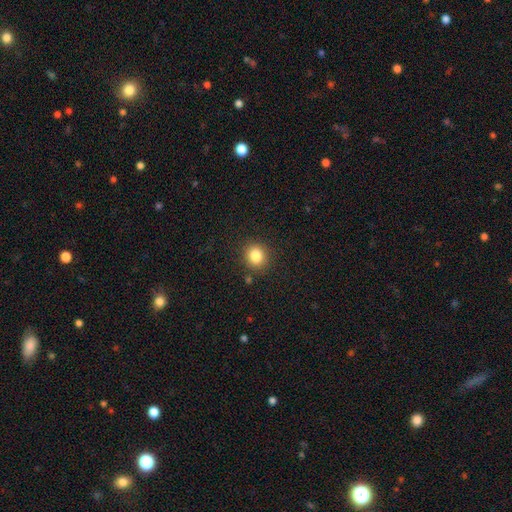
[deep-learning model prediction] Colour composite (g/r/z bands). It shows a smooth galaxy with no disk features (84%) that is round (81%). Merging: none (88%).